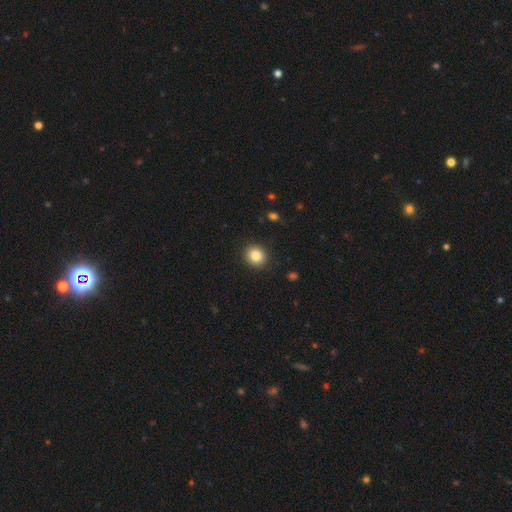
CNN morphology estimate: smooth_or_featured: smooth (p=0.84) [alt: star or artifact p=0.10]
how_rounded: round (p=0.83) [alt: in between p=0.16]
merging: none (p=0.90) [alt: minor disturbance p=0.07]